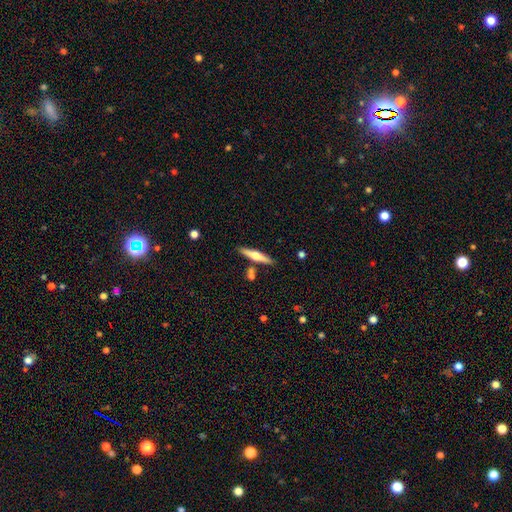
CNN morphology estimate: A featured or disk galaxy (57%) viewed edge-on (96%) with a rounded central bulge (90%).

Vote fractions:
- Smooth or featured? featured or disk: 57% / smooth: 37% / star or artifact: 6%
- Edge-on disk? yes: 96% / no: 4%
- Edge-on bulge? rounded: 90% / boxy: 5% / none: 5%
- Merging? none: 81% / minor disturbance: 9% / merger: 8% / major disturbance: 2%